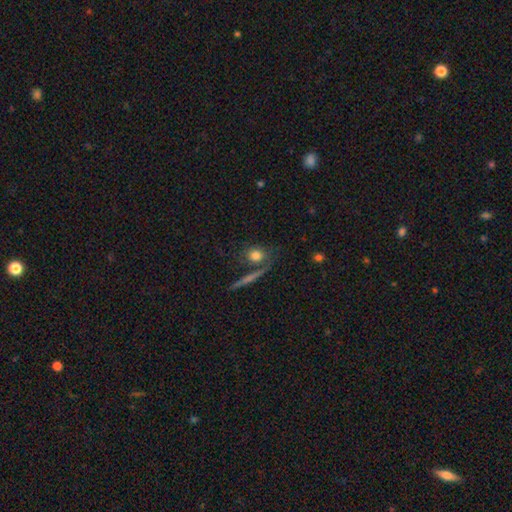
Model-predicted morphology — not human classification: smooth_or_featured: smooth (p=0.77) [alt: featured or disk p=0.14]
how_rounded: round (p=0.68) [alt: in between p=0.26]
merging: none (p=0.67) [alt: merger p=0.14]